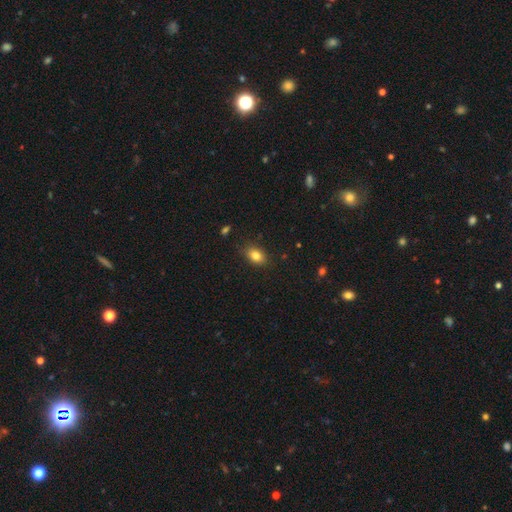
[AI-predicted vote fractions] smooth-or-featured: smooth: 83% | star or artifact: 10% | featured or disk: 8%
  how-rounded: in between: 78% | round: 20% | cigar-shaped: 1%
  merging: none: 85% | minor disturbance: 12% | major disturbance: 2% | merger: 1%